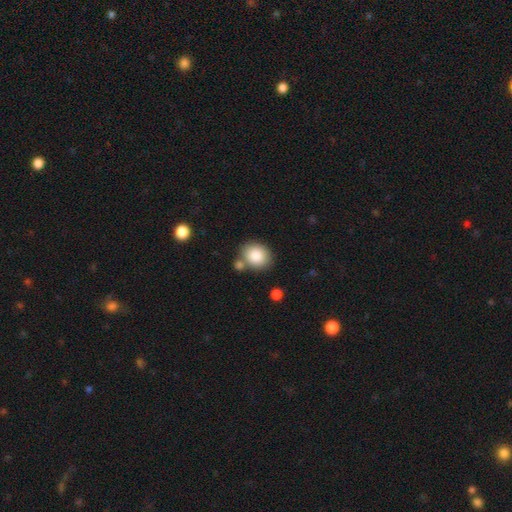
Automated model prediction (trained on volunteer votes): smooth_or_featured: smooth (p=0.86) [alt: star or artifact p=0.08]
how_rounded: round (p=0.66) [alt: in between p=0.33]
merging: none (p=0.67) [alt: merger p=0.17]